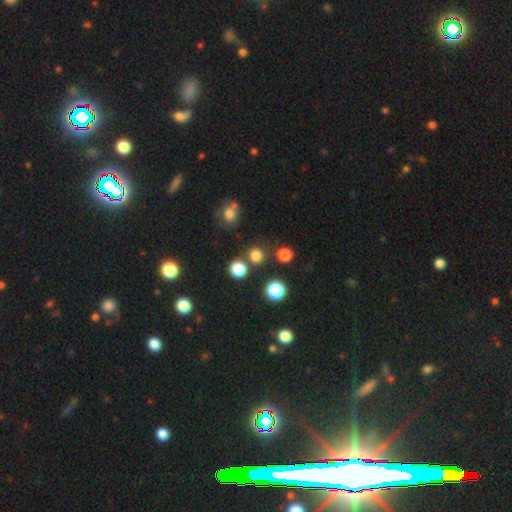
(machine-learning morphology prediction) Q: Smooth or featured?
A: smooth (76%); runner-up: star or artifact (20%)
Q: How rounded?
A: round (88%); runner-up: in between (11%)
Q: Merging?
A: none (78%); runner-up: merger (10%)